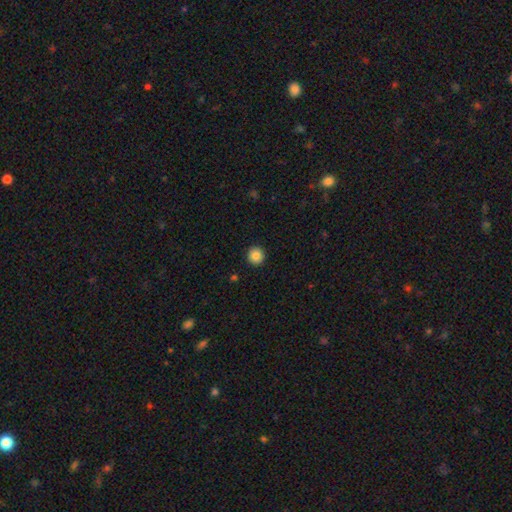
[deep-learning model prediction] Smooth or featured?
  - smooth: 85% *
  - star or artifact: 9%
  - featured or disk: 6%
How rounded?
  - round: 95% *
  - in between: 4%
  - cigar-shaped: 1%
Merging?
  - none: 93% *
  - minor disturbance: 5%
  - major disturbance: 1%
  - merger: 1%